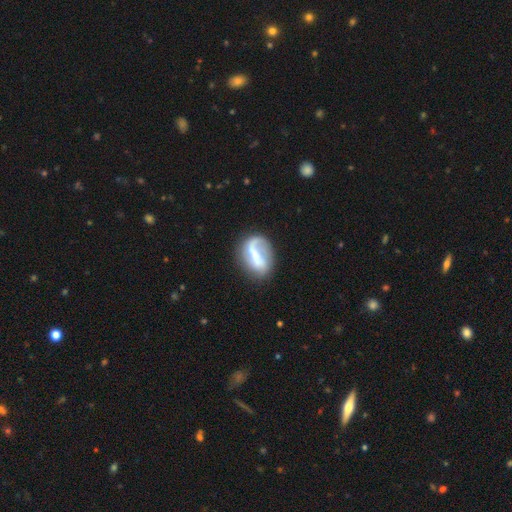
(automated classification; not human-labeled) A featured or disk galaxy (58%) with a strong bar (48%), spiral arms (73%) and a small central bulge (34%). Merging: none (57%).